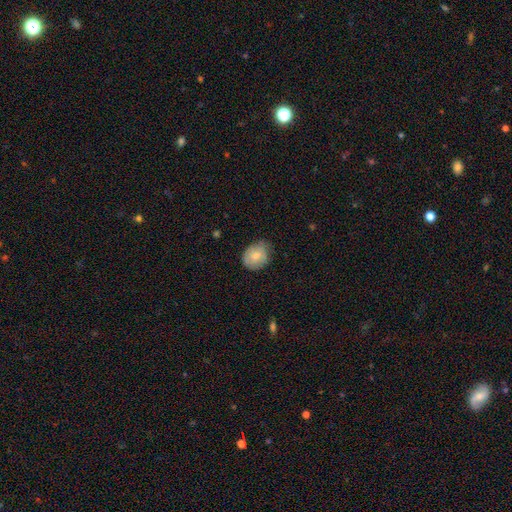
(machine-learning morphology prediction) type=smooth (75%); roundness=round (55%); merging=none (65%).